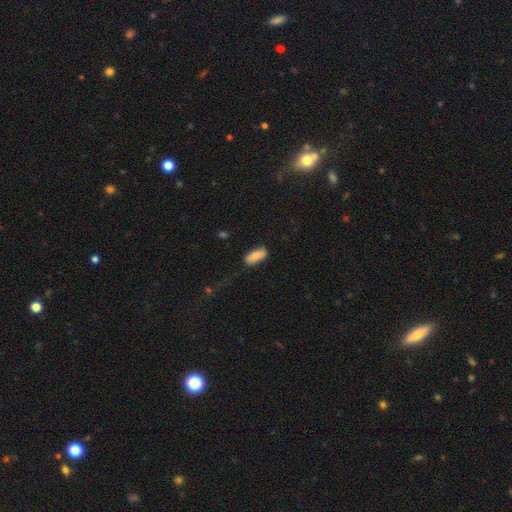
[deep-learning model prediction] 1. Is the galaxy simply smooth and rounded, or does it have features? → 83% smooth, 11% featured or disk, 7% star or artifact.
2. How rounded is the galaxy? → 83% in between, 15% cigar-shaped, 2% round.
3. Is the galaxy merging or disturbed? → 82% none, 14% minor disturbance, 3% major disturbance, 2% merger.